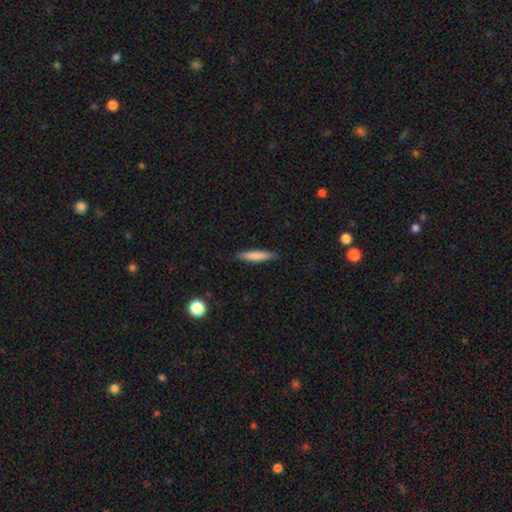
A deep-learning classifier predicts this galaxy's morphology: Smooth or featured: smooth — 79% (featured or disk — 16%)
How rounded: cigar-shaped — 87% (in between — 12%)
Merging: none — 89% (minor disturbance — 9%)